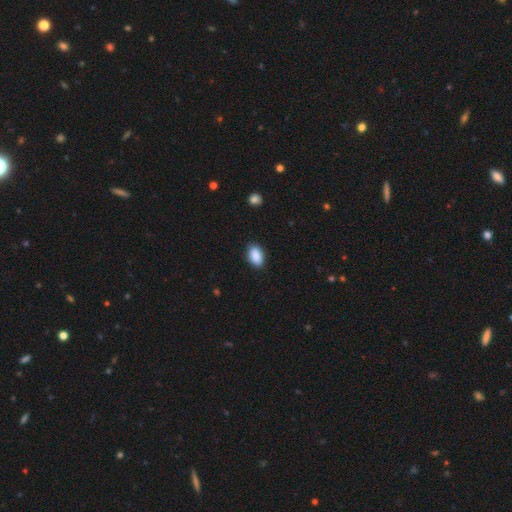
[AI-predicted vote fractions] smooth 90%, star or artifact 7%, featured or disk 3%. Down the decision tree: how rounded — in between (92%); merging — none (86%).